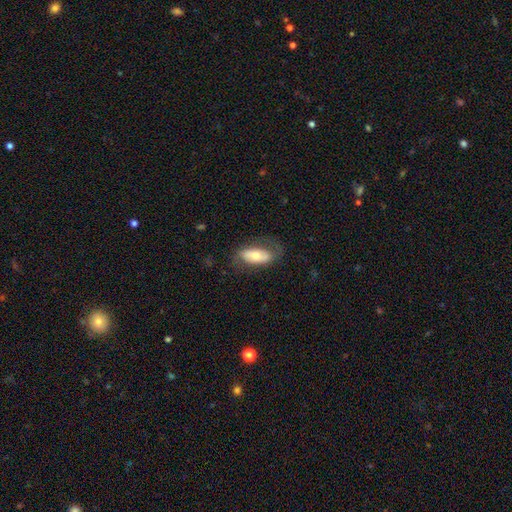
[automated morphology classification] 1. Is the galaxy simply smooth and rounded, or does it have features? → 58% smooth, 36% featured or disk, 6% star or artifact.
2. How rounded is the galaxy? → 83% in between, 14% cigar-shaped, 3% round.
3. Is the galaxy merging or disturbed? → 66% none, 21% minor disturbance, 12% major disturbance, 1% merger.